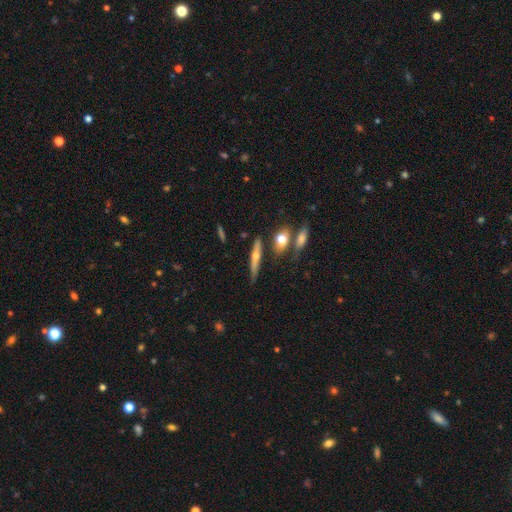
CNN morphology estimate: Smooth or featured? Predicted: featured or disk (p=0.56). Edge-on disk? Predicted: yes (p=0.91). Edge-on bulge? Predicted: rounded (p=0.89). Merging? Predicted: none (p=0.73).